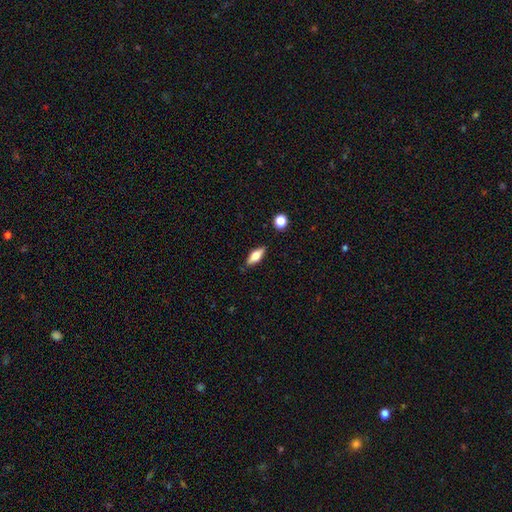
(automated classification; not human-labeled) Q: Smooth or featured?
A: smooth (58%); runner-up: featured or disk (34%)
Q: How rounded?
A: in between (70%); runner-up: cigar-shaped (26%)
Q: Merging?
A: none (85%); runner-up: minor disturbance (10%)